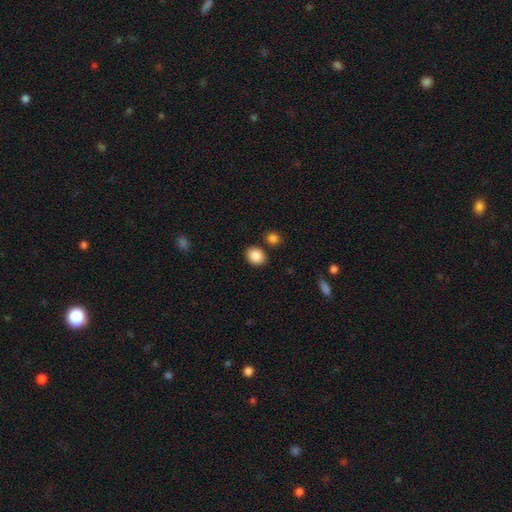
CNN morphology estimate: The model was most divided on "how rounded": round: 54%, in between: 46%, cigar-shaped: 1%. More confident: smooth or featured — smooth (87%); merging — none (83%).